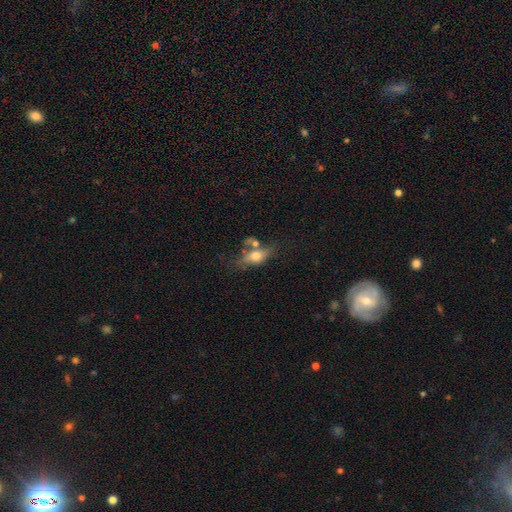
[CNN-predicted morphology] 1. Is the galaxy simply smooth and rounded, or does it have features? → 60% smooth, 31% featured or disk, 9% star or artifact.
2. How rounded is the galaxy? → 74% in between, 15% cigar-shaped, 11% round.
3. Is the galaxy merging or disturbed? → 39% none, 29% merger, 19% minor disturbance, 13% major disturbance.